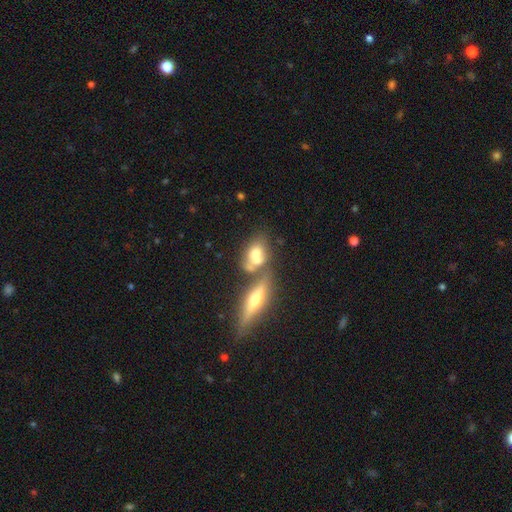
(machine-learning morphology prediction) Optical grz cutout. It shows a smooth galaxy with no disk features (57%) that is in between round and cigar-shaped (68%). Merging: merger (48%).